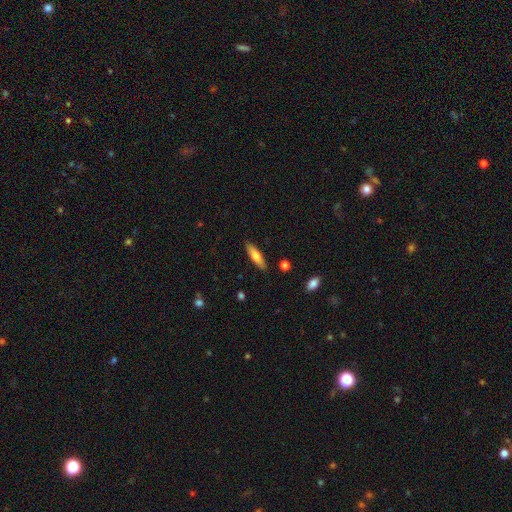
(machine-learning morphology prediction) type=smooth (67%); roundness=cigar-shaped (66%); merging=none (88%).